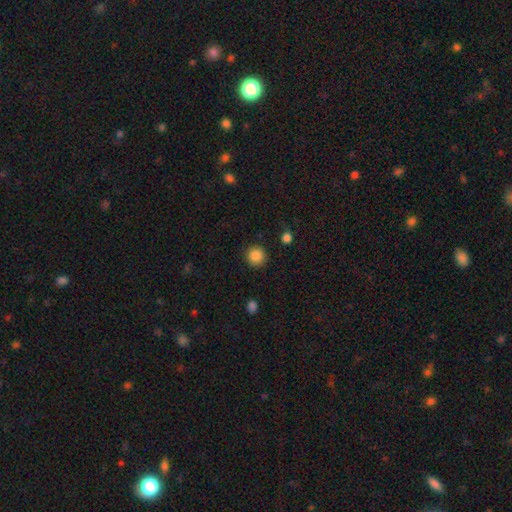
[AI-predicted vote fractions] smooth_or_featured: smooth (p=0.87) [alt: star or artifact p=0.10]
how_rounded: round (p=0.94) [alt: in between p=0.05]
merging: none (p=0.90) [alt: minor disturbance p=0.06]